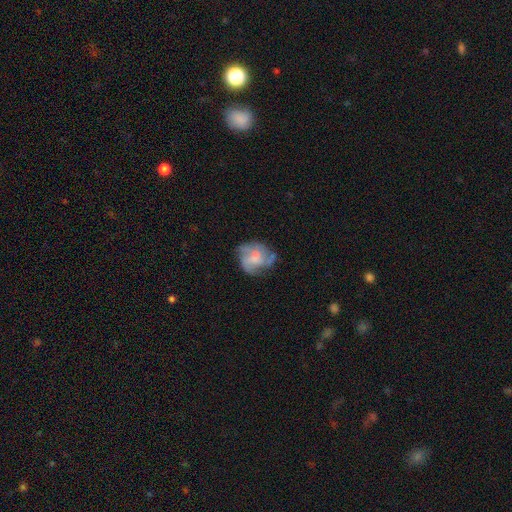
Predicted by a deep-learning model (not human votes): Morphology: type=featured or disk (63%); edge-on=no (98%); bar=no (66%); spiral arms=yes (74%); bulge=none (34%); merging=none (61%).